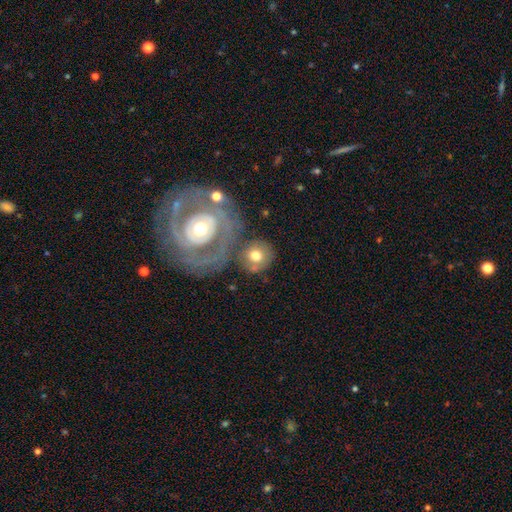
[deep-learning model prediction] smooth 62%, featured or disk 31%, star or artifact 7%. Down the decision tree: how rounded — round (83%); merging — none (58%).